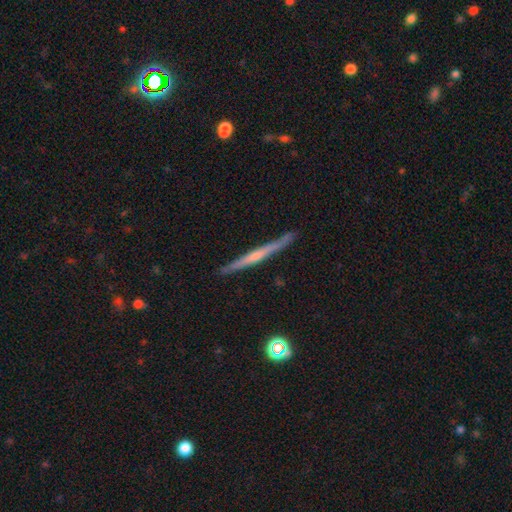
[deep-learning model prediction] Smooth or featured: featured or disk — 67% (smooth — 27%)
Edge-on disk: yes — 98% (no — 2%)
Edge-on bulge: none — 46% (rounded — 45%)
Merging: none — 89% (minor disturbance — 9%)